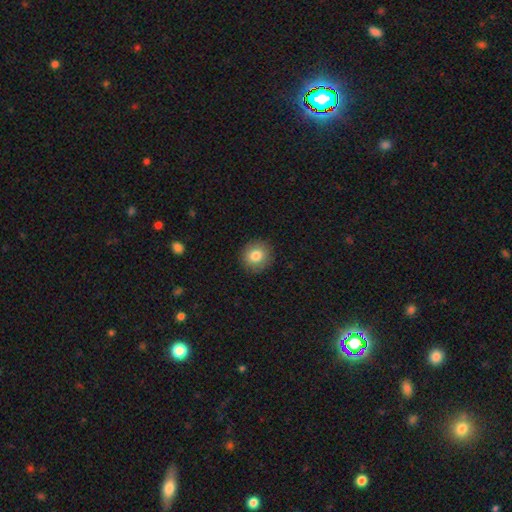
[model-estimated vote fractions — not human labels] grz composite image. It shows a smooth galaxy with no disk features (82%) that is round (88%). Merging: none (90%).